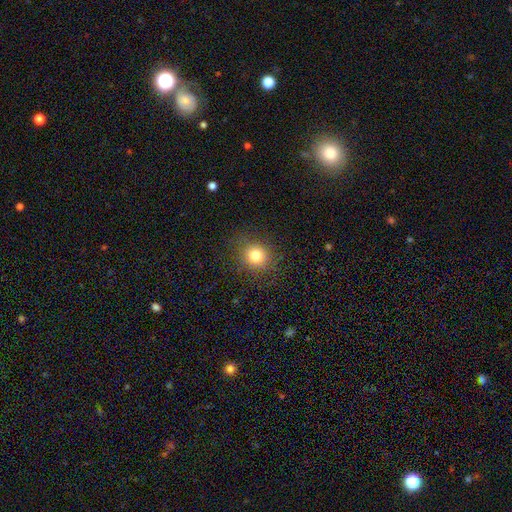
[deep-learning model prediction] Smooth or featured?
  - smooth: 79% *
  - star or artifact: 13%
  - featured or disk: 7%
How rounded?
  - round: 86% *
  - in between: 13%
  - cigar-shaped: 1%
Merging?
  - none: 87% *
  - minor disturbance: 8%
  - major disturbance: 4%
  - merger: 1%